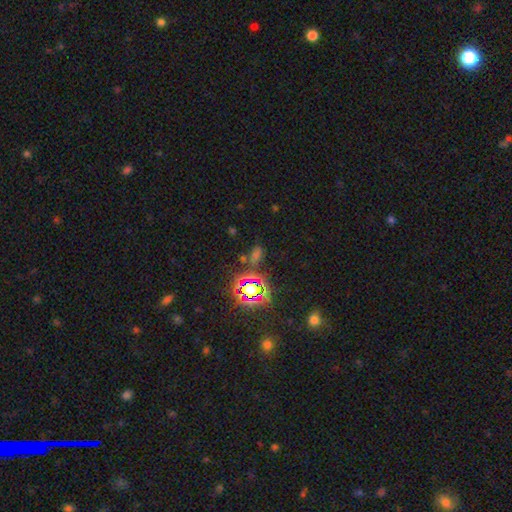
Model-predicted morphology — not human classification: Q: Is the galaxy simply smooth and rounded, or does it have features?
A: star or artifact — 61%.